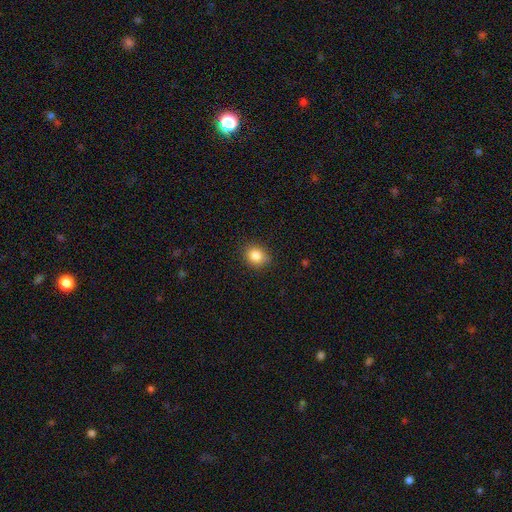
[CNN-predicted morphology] Q: Smooth or featured?
A: smooth (84%); runner-up: star or artifact (10%)
Q: How rounded?
A: round (60%); runner-up: in between (39%)
Q: Merging?
A: none (84%); runner-up: minor disturbance (12%)